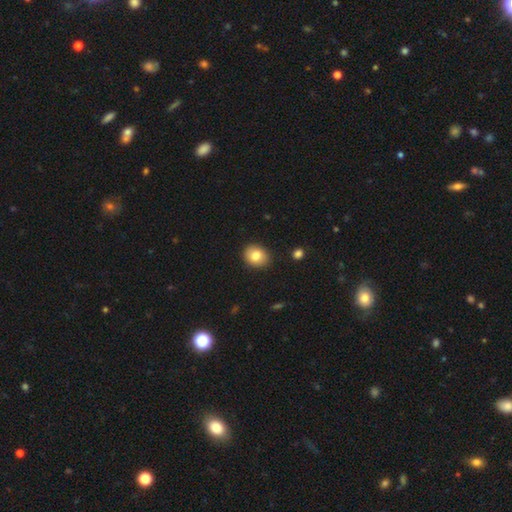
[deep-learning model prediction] A smooth galaxy with no disk features (82%) that is round (53%). Merging: none (87%).